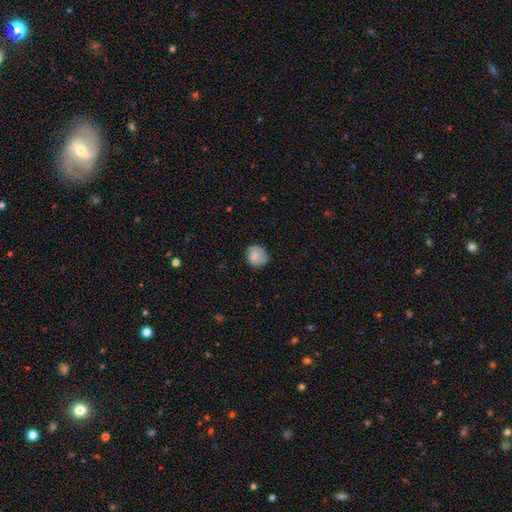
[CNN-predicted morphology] Smooth or featured?
  - smooth: 83% *
  - featured or disk: 9%
  - star or artifact: 8%
How rounded?
  - round: 80% *
  - in between: 19%
  - cigar-shaped: 1%
Merging?
  - none: 75% *
  - minor disturbance: 20%
  - major disturbance: 4%
  - merger: 1%